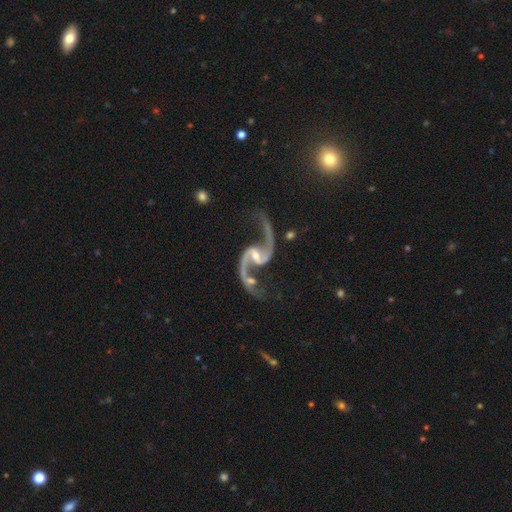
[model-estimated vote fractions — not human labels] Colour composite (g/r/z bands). It shows a featured or disk galaxy (93%) with a weak bar (40%), 2 (95%) loose (77%) spiral arms (98%) and a small central bulge (57%). Merging: none (67%).